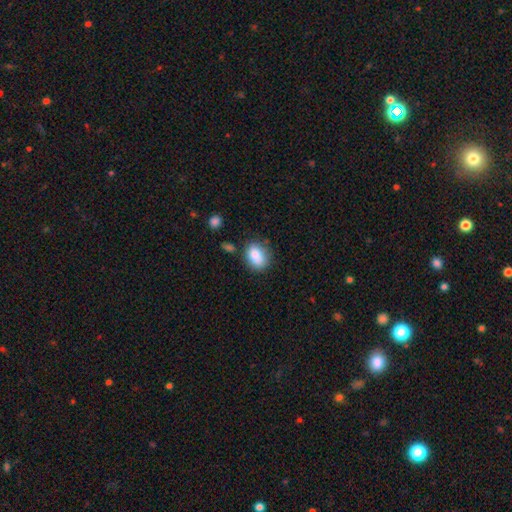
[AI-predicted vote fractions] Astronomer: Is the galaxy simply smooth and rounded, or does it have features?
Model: smooth — 84%.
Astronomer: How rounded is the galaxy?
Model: in between — 69%.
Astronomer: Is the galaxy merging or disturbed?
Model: none — 69%.